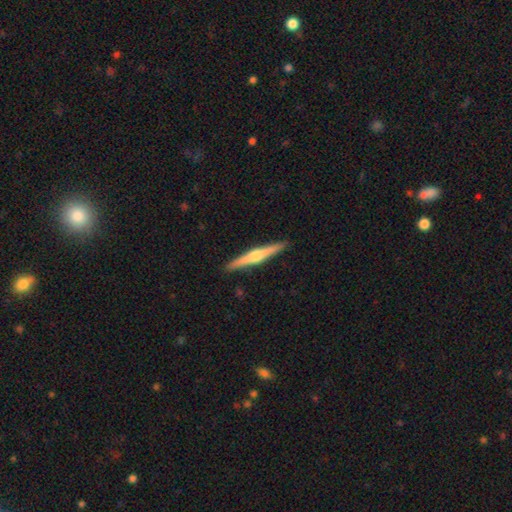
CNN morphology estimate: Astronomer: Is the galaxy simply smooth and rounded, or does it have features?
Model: featured or disk — 70%.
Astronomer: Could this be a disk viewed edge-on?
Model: yes — 98%.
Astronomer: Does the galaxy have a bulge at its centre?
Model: rounded — 88%.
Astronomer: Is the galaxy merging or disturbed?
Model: none — 92%.